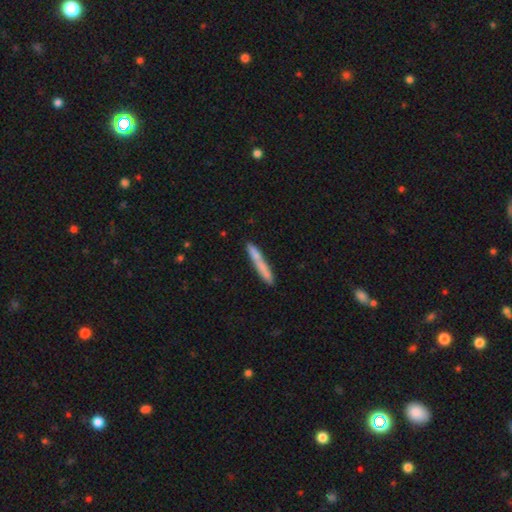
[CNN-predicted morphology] Overall: smooth (70%). How rounded: cigar-shaped (96%). Merging: none (78%).